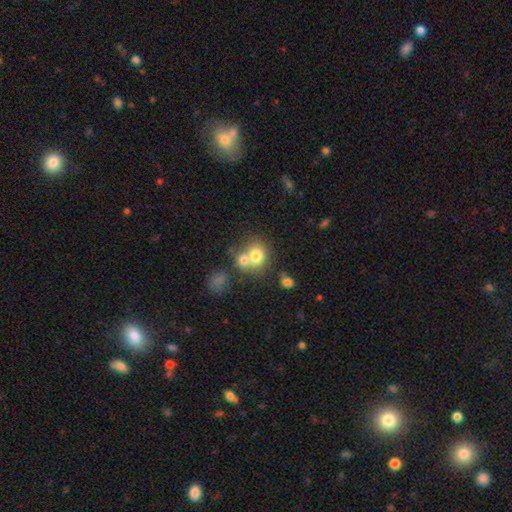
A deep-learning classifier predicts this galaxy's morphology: Smooth or featured?
  - smooth: 73% *
  - featured or disk: 16%
  - star or artifact: 11%
How rounded?
  - round: 72% *
  - in between: 27%
  - cigar-shaped: 1%
Merging?
  - merger: 53% *
  - none: 35%
  - minor disturbance: 8%
  - major disturbance: 4%